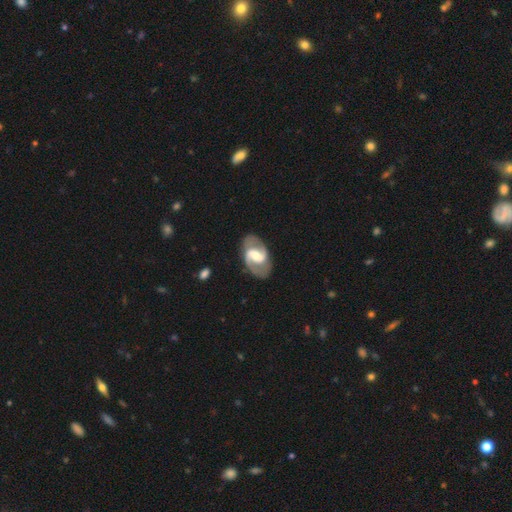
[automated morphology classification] smooth-or-featured: featured or disk: 84% | smooth: 12% | star or artifact: 4%
  disk-edge-on: no: 97% | yes: 3%
    bar: weak: 47% | strong: 35% | no: 18%
    has-spiral-arms: yes: 91% | no: 9%
      spiral-winding: medium: 53% | loose: 24% | tight: 23%
      spiral-arm-count: 2: 90% | can't tell: 5% | 1: 2% | 3: 1% | 4: 1% | more than 4: 1%
    bulge-size: moderate: 58% | small: 23% | large: 15% | none: 2% | dominant: 1%
  merging: none: 81% | minor disturbance: 12% | major disturbance: 5% | merger: 1%